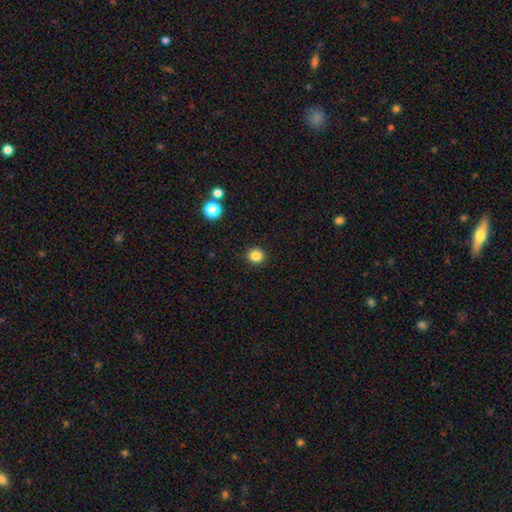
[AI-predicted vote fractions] smooth 84%, star or artifact 12%, featured or disk 4%. Down the decision tree: how rounded — round (92%); merging — none (92%).